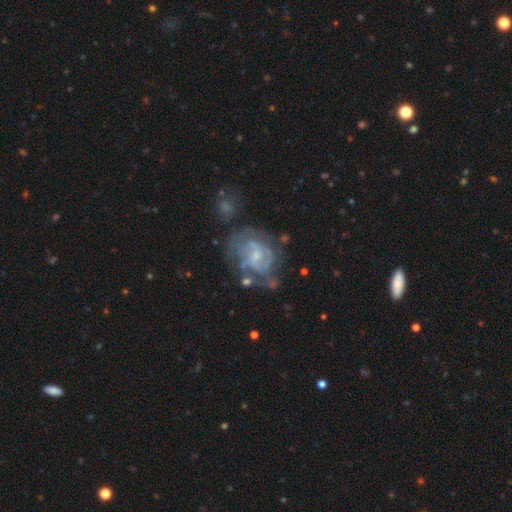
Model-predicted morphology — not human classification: smooth_or_featured: featured or disk (p=0.78) [alt: smooth p=0.14]
disk_edge_on: no (p=0.98) [alt: yes p=0.02]
bar: no (p=0.48) [alt: weak p=0.44]
has_spiral_arms: yes (p=0.83) [alt: no p=0.17]
spiral_winding: tight (p=0.49) [alt: medium p=0.39]
spiral_arm_count: 2 (p=0.38) [alt: can't tell p=0.36]
bulge_size: small (p=0.56) [alt: moderate p=0.30]
merging: none (p=0.48) [alt: minor disturbance p=0.23]